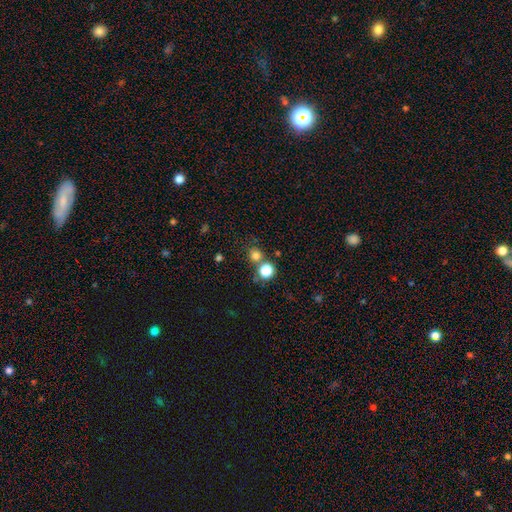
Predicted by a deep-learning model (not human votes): Q: Smooth or featured?
A: smooth (77%); runner-up: star or artifact (17%)
Q: How rounded?
A: round (88%); runner-up: in between (11%)
Q: Merging?
A: none (65%); runner-up: merger (24%)